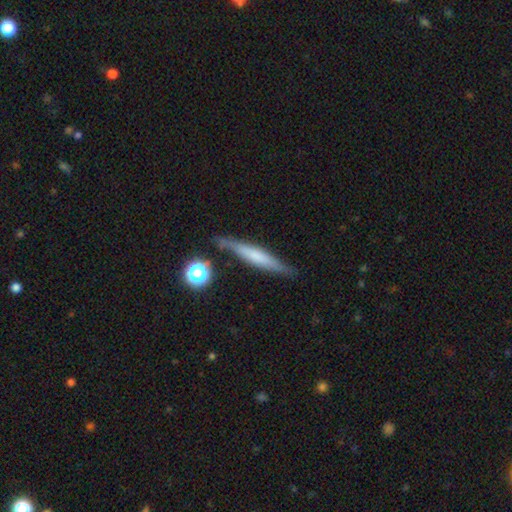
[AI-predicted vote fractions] Smooth or featured: smooth — 48% (featured or disk — 44%)
Merging: none — 78% (minor disturbance — 14%)